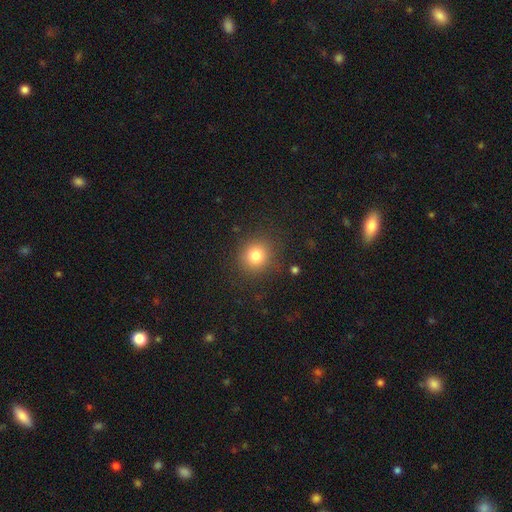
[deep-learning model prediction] A smooth galaxy with no disk features (80%) that is round (89%). Merging: none (87%).